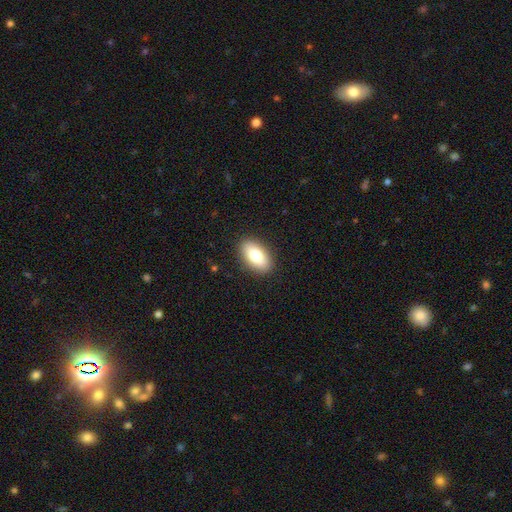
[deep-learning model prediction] Overall: smooth (80%). How rounded: in between (92%). Merging: none (89%).